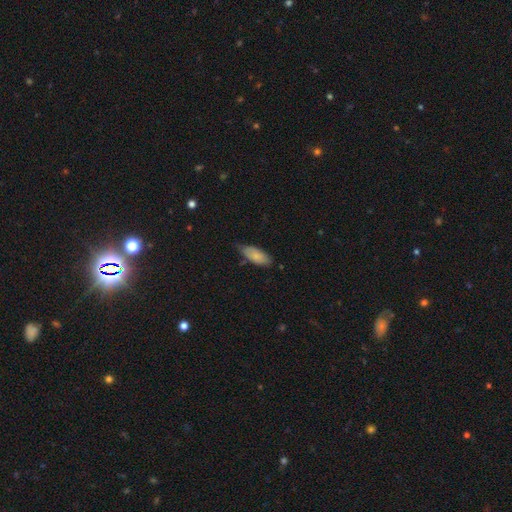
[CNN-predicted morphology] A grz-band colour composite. It shows a smooth galaxy with no disk features (82%) that is in between round and cigar-shaped (84%). Merging: none (62%).